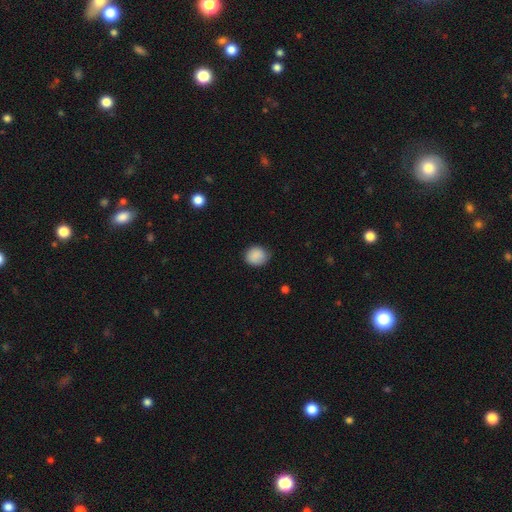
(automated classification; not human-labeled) A smooth galaxy with no disk features (88%) that is round (79%). Merging: none (80%).